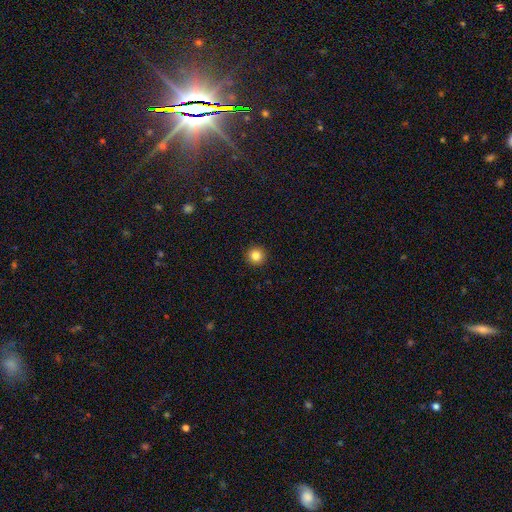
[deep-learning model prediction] smooth 84%, star or artifact 11%, featured or disk 5%. Down the decision tree: how rounded — round (95%); merging — none (93%).